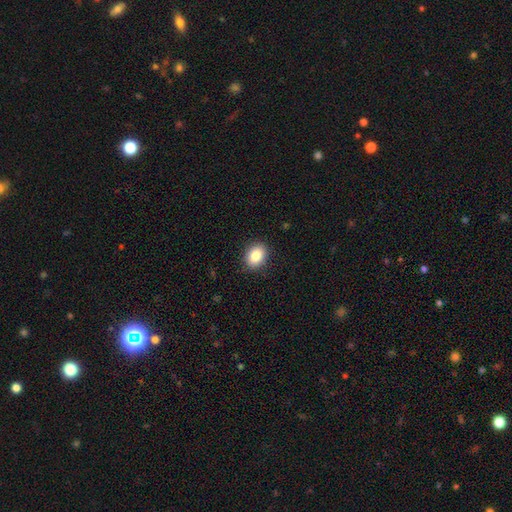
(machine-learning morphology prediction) Overall: smooth (86%). How rounded: in between (68%; round 30%). Merging: none (88%).